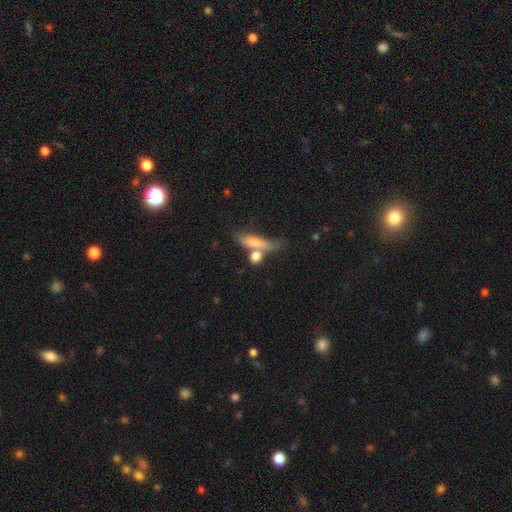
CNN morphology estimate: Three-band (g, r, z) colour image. It shows a smooth galaxy with no disk features (73%) that is in between round and cigar-shaped (37%). Merging: none (42%).